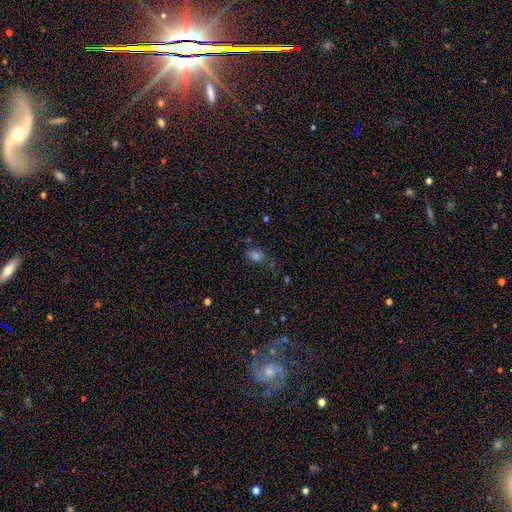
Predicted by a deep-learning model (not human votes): Overall: smooth (68%). How rounded: in between (68%; round 30%). Merging: none (63%).